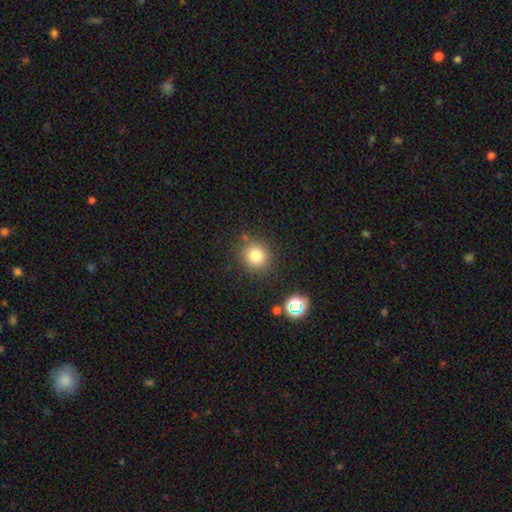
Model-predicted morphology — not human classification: The model was most divided on "smooth or featured": smooth: 80%, star or artifact: 13%, featured or disk: 7%. More confident: how rounded — round (90%); merging — none (84%).